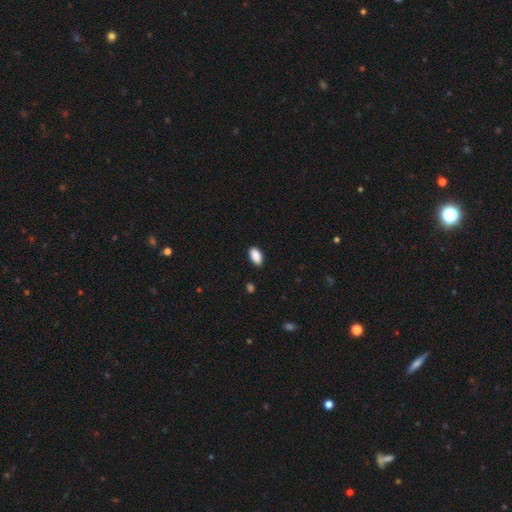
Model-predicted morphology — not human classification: This appears to be a smooth galaxy with no disk features (90%) that is in between round and cigar-shaped (94%). Merging: none (87%).